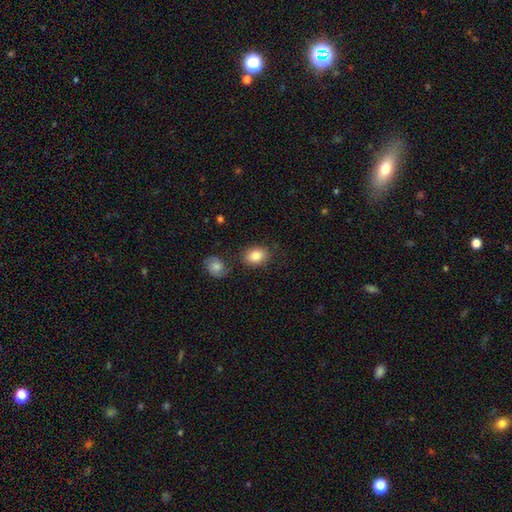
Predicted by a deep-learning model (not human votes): smooth_or_featured: smooth (p=0.84) [alt: featured or disk p=0.08]
how_rounded: in between (p=0.73) [alt: round p=0.26]
merging: none (p=0.75) [alt: minor disturbance p=0.13]